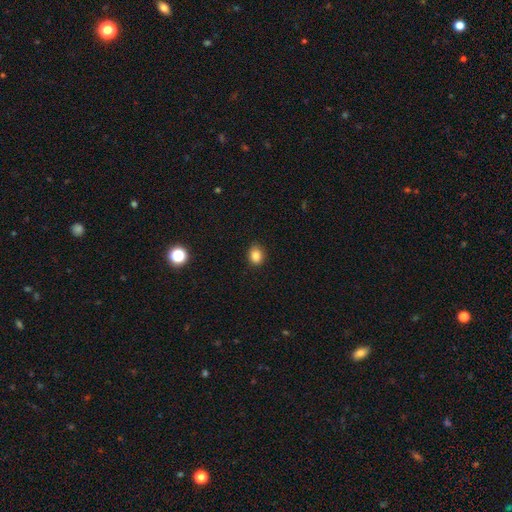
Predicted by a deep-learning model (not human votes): This is clearly a smooth galaxy (84%). How rounded: possibly round (54%). Merging: clearly none (86%).